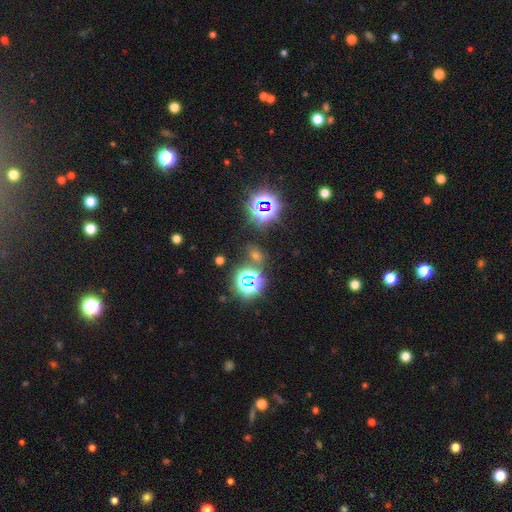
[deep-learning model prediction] Smooth or featured? star or artifact (64%)